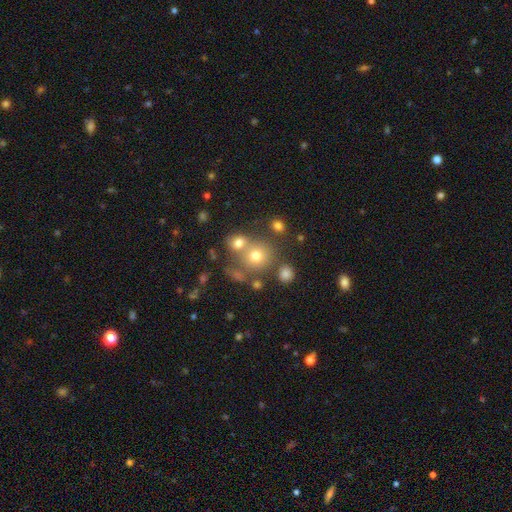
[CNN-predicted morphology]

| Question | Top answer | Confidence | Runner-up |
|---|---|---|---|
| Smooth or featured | smooth | 69% | star or artifact (17%) |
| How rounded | round | 85% | in between (14%) |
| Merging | none | 57% | merger (28%) |